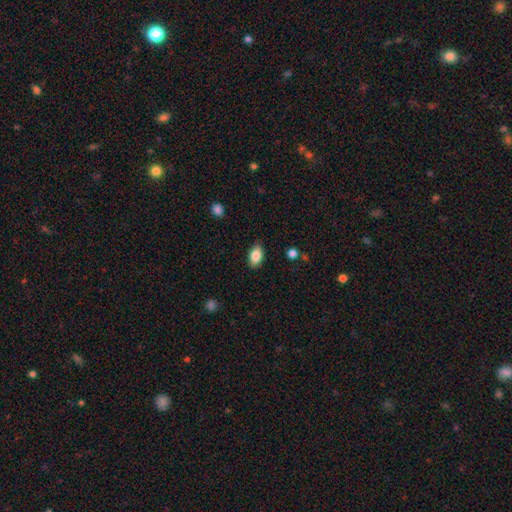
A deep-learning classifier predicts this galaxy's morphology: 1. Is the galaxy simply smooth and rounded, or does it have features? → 85% smooth, 8% featured or disk, 7% star or artifact.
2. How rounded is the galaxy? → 91% in between, 7% round, 2% cigar-shaped.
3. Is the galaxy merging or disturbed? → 86% none, 10% minor disturbance, 2% major disturbance, 1% merger.